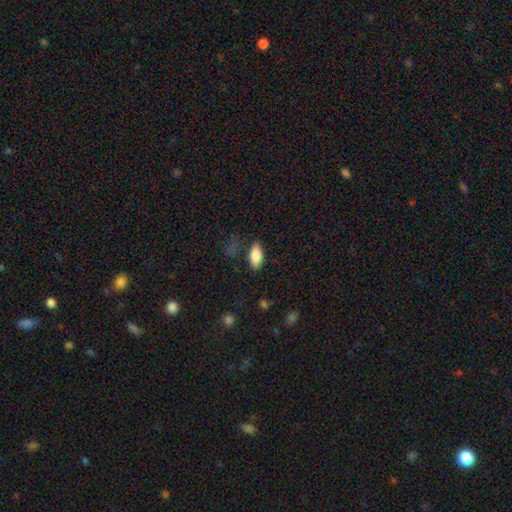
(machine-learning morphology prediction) A smooth galaxy with no disk features (83%) that is in between round and cigar-shaped (90%). Merging: none (82%).